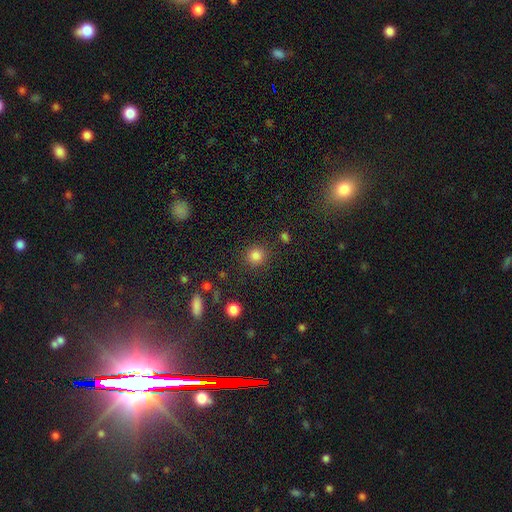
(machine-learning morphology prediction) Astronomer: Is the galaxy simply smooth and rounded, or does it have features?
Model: smooth — 83%.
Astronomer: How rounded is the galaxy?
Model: round — 92%.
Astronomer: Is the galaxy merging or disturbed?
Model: none — 87%.